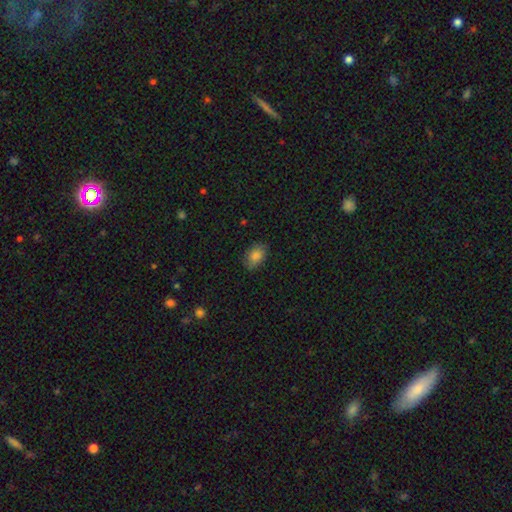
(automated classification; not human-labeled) This is clearly a smooth galaxy (85%). How rounded: clearly in between (81%). Merging: clearly none (81%).